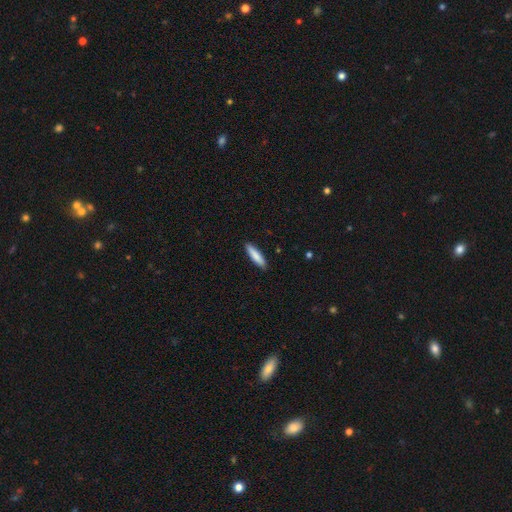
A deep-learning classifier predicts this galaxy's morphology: Overall: smooth (84%). How rounded: cigar-shaped (77%). Merging: none (90%).